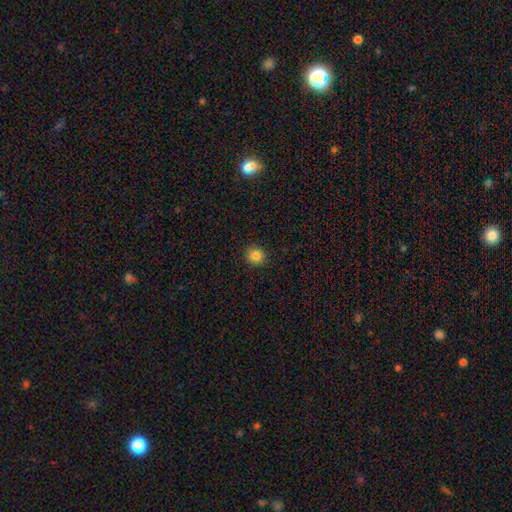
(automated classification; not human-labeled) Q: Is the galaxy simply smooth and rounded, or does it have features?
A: smooth — 84%.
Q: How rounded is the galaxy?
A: round — 93%.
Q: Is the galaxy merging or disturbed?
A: none — 92%.